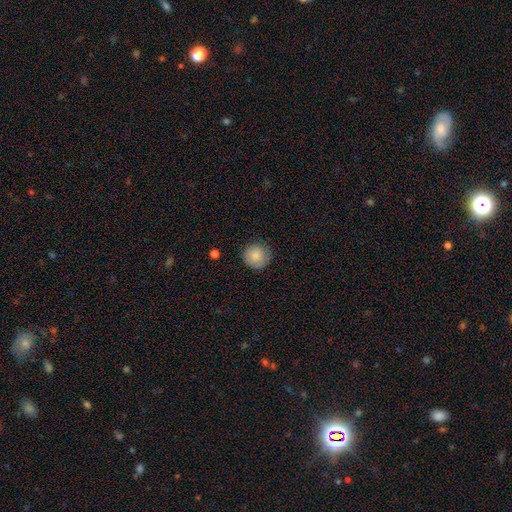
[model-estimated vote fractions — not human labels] A smooth galaxy with no disk features (85%) that is round (94%). Merging: none (82%).